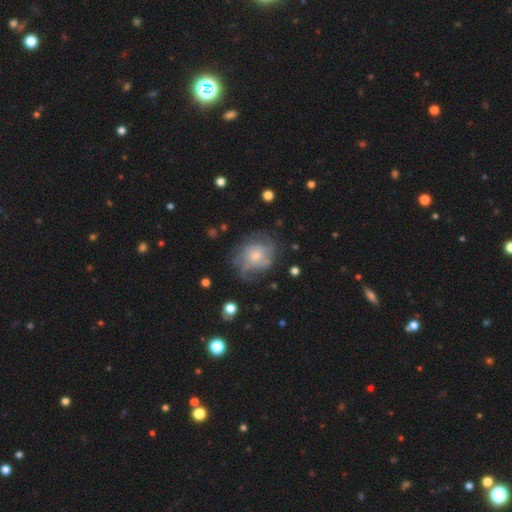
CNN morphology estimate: Q: Smooth or featured?
A: featured or disk (70%); runner-up: smooth (21%)
Q: Edge-on disk?
A: no (97%); runner-up: yes (3%)
Q: Bar?
A: no (80%); runner-up: weak (18%)
Q: Spiral arms?
A: yes (87%); runner-up: no (13%)
Q: Spiral winding?
A: tight (45%); runner-up: medium (37%)
Q: Spiral arm count?
A: can't tell (44%); runner-up: 3 (17%)
Q: Bulge size?
A: small (56%); runner-up: moderate (35%)
Q: Merging?
A: none (64%); runner-up: minor disturbance (20%)